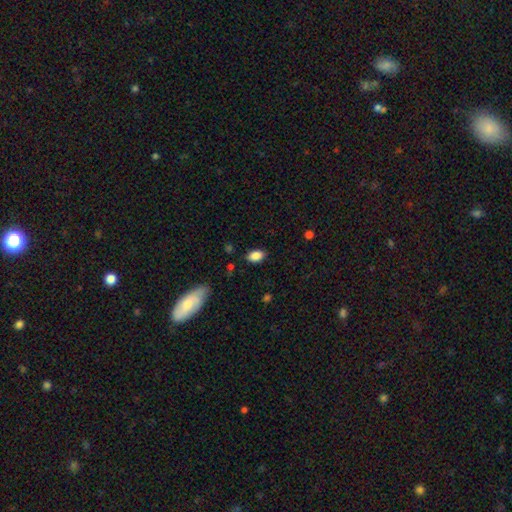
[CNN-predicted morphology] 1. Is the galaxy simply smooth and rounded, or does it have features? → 87% smooth, 8% star or artifact, 5% featured or disk.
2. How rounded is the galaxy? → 90% in between, 8% round, 2% cigar-shaped.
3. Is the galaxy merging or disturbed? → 83% none, 12% minor disturbance, 3% major disturbance, 1% merger.